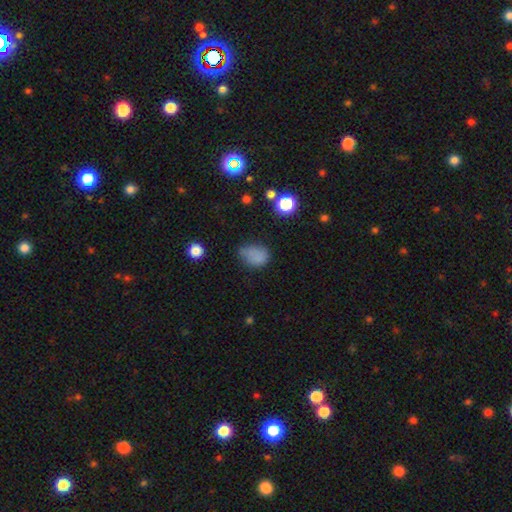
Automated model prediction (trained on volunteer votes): A smooth galaxy with no disk features (78%) that is in between round and cigar-shaped (65%). Merging: none (43%).